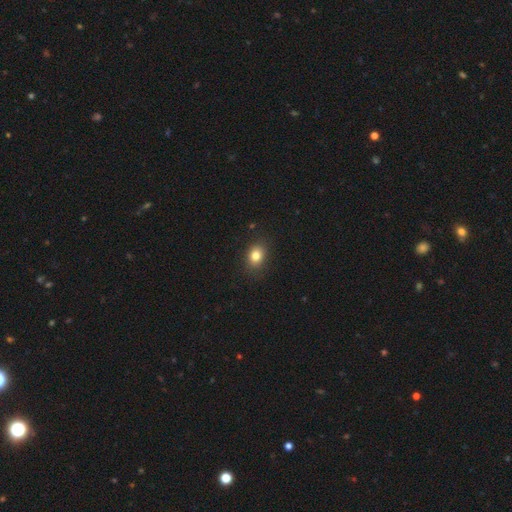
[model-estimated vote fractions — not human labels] Overall: smooth (82%). How rounded: in between (58%; round 41%). Merging: none (86%).